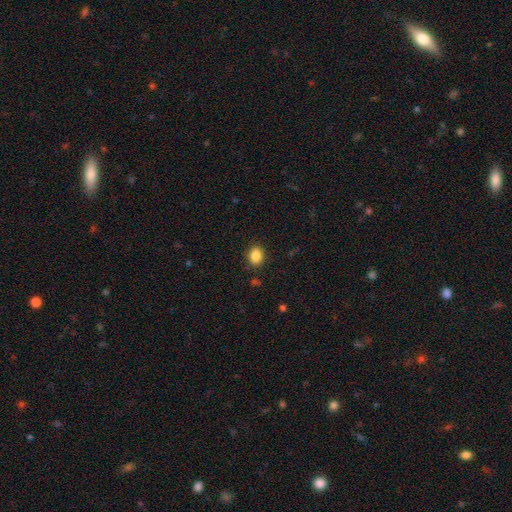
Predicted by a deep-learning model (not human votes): The model was most divided on "how rounded": in between: 54%, round: 45%, cigar-shaped: 1%. More confident: merging — none (88%); smooth or featured — smooth (86%).